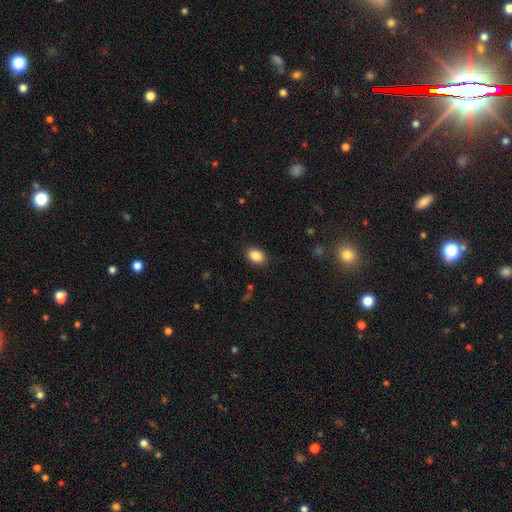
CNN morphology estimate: type=smooth (87%); roundness=in between (82%); merging=none (88%).